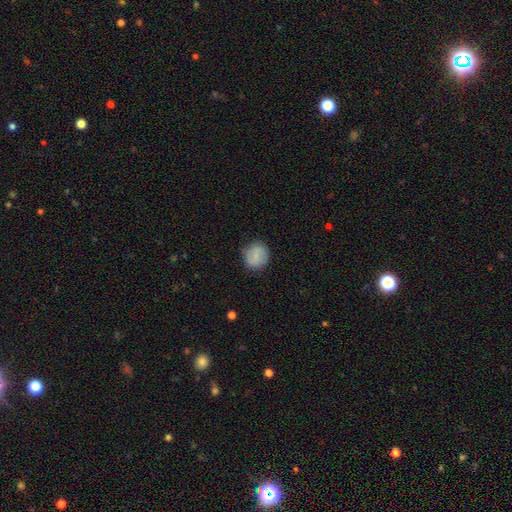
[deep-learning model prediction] Morphology: type=smooth (76%); roundness=round (85%); merging=none (84%).